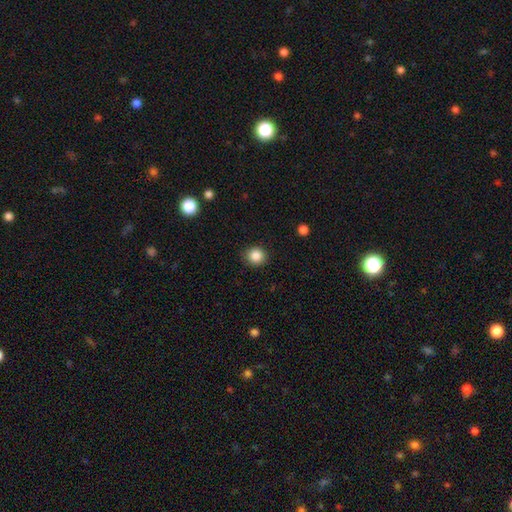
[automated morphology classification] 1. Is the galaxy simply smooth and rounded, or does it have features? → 86% smooth, 10% star or artifact, 4% featured or disk.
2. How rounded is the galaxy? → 86% round, 13% in between, 1% cigar-shaped.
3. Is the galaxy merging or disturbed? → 89% none, 8% minor disturbance, 2% major disturbance, 1% merger.